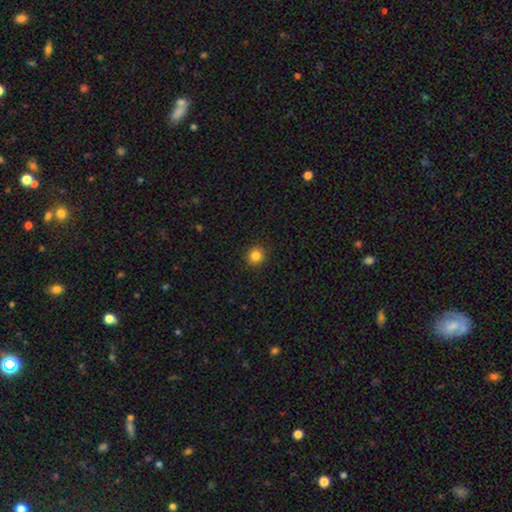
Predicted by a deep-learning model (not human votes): Overall: smooth (84%). How rounded: round (88%). Merging: none (92%).